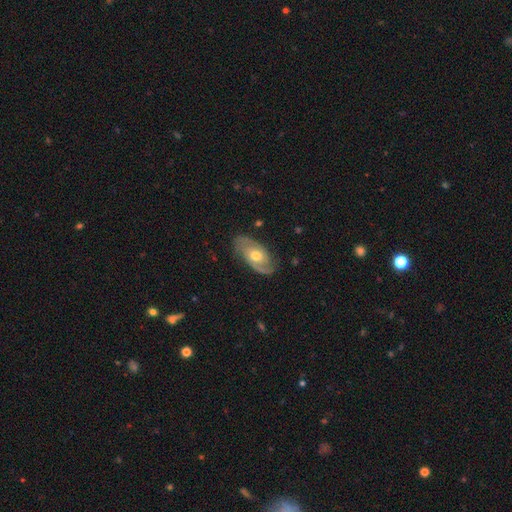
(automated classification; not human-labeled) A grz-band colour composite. It shows a featured or disk galaxy (77%) with no bar (62%), 2 (80%) medium (46%) spiral arms (91%) and a moderate central bulge (73%). Merging: none (77%).